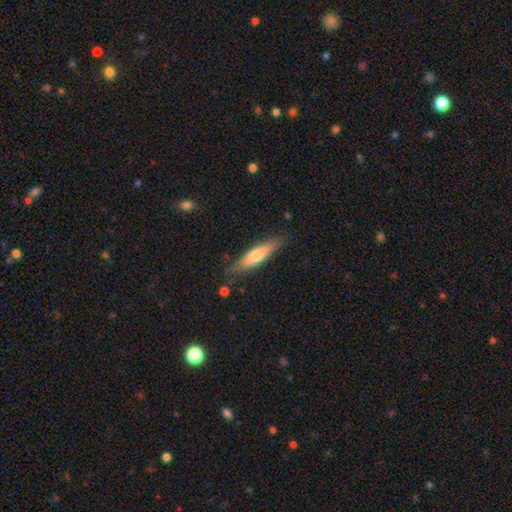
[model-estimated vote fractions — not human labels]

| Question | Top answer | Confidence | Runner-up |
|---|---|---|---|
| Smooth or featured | smooth | 61% | featured or disk (33%) |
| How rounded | cigar-shaped | 77% | in between (21%) |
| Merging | none | 81% | minor disturbance (14%) |